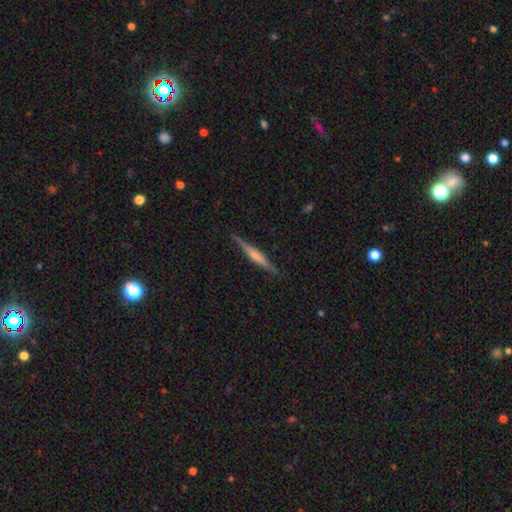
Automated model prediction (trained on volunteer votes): The model was most divided on "edge-on bulge": rounded: 39%, boxy: 35%, none: 26%. More confident: edge-on disk — yes (98%); merging — none (89%); smooth or featured — featured or disk (62%).